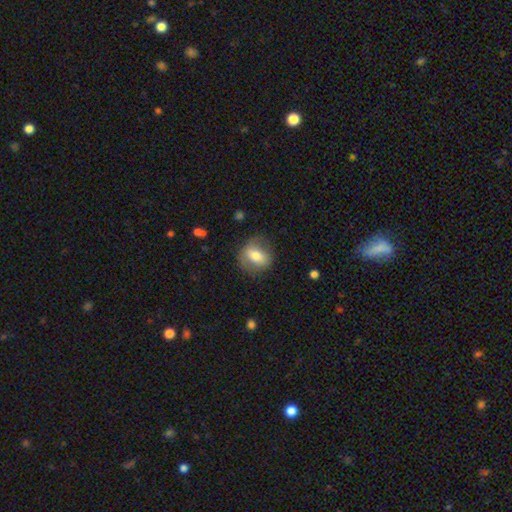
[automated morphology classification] A smooth galaxy with no disk features (60%) that is round (53%). Merging: none (75%).